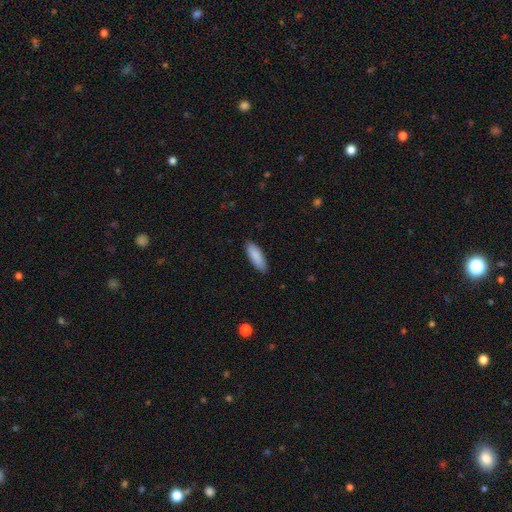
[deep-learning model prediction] The model was most divided on "how rounded": in between: 58%, cigar-shaped: 41%, round: 1%. More confident: smooth or featured — smooth (89%); merging — none (88%).